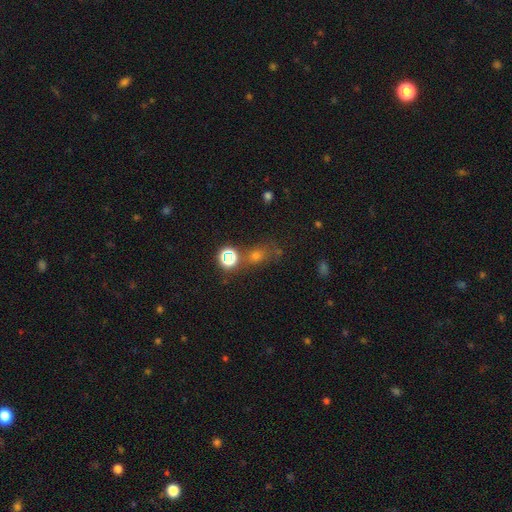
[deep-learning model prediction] The model was most divided on "smooth or featured": smooth: 55%, star or artifact: 35%, featured or disk: 10%. More confident: how rounded — round (69%); merging — none (58%).